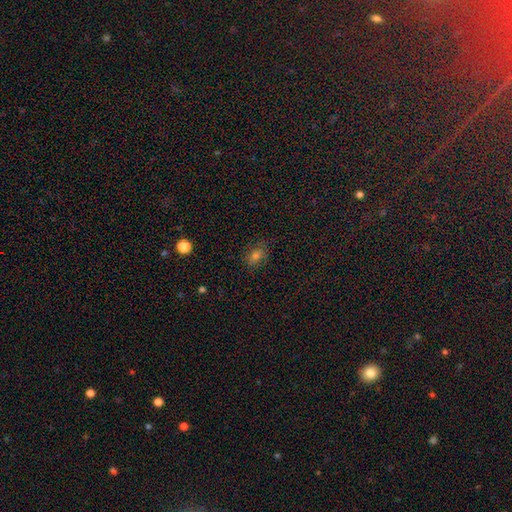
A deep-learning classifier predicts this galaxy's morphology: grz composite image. It shows a smooth galaxy with no disk features (65%) that is in between round and cigar-shaped (57%). Merging: none (78%).